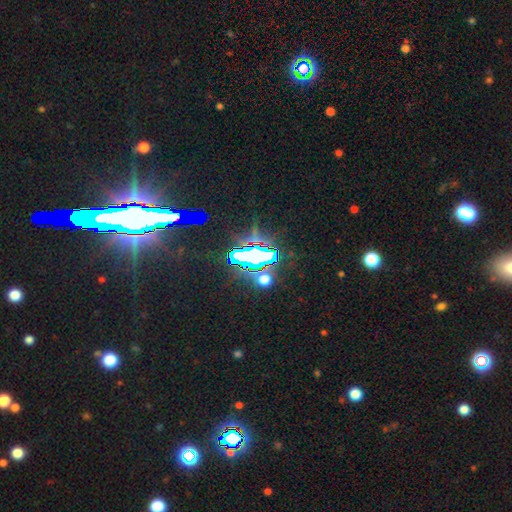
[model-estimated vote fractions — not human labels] Overall: star or artifact (71%).